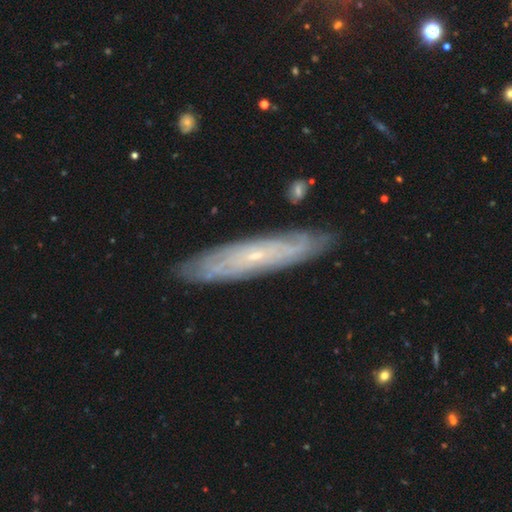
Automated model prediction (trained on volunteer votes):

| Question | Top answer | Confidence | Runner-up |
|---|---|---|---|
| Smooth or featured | featured or disk | 75% | smooth (19%) |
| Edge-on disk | no | 62% | yes (38%) |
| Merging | none | 85% | minor disturbance (11%) |